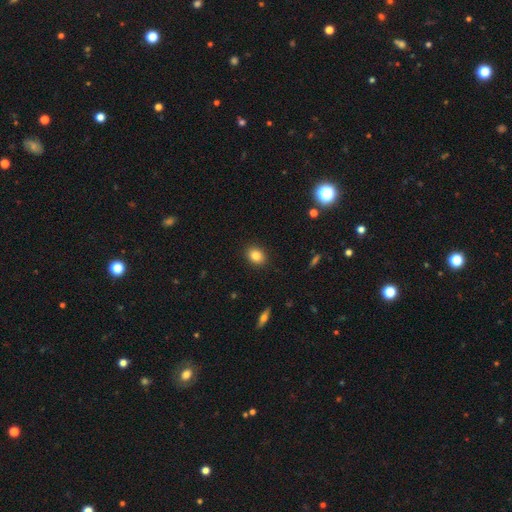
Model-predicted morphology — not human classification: type=smooth (84%); roundness=in between (52%); merging=none (90%).